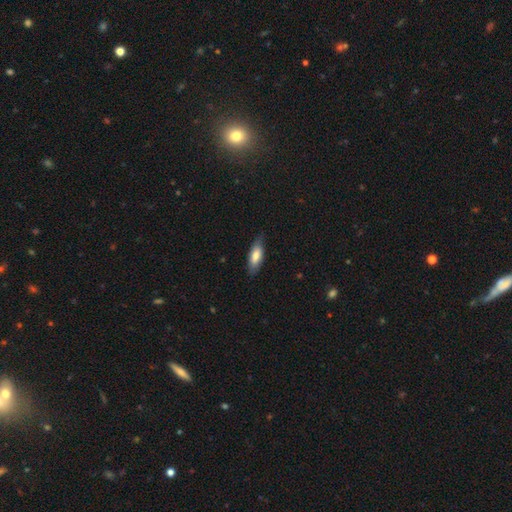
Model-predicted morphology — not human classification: smooth 75%, featured or disk 19%, star or artifact 6%. Down the decision tree: how rounded — in between (66%); merging — none (79%).